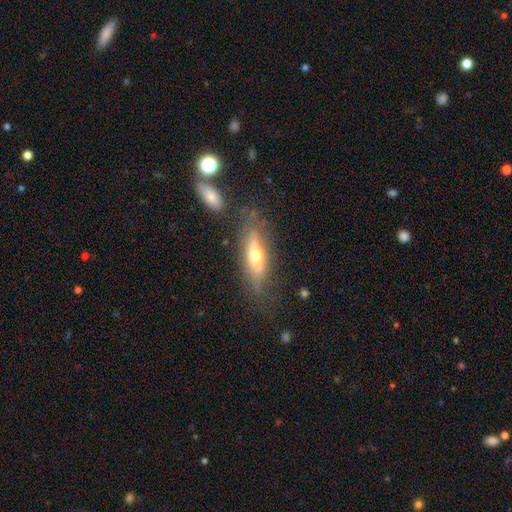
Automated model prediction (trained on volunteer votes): The model was most divided on "smooth or featured": featured or disk: 51%, smooth: 42%, star or artifact: 8%. More confident: edge-on disk — yes (69%); merging — none (66%).